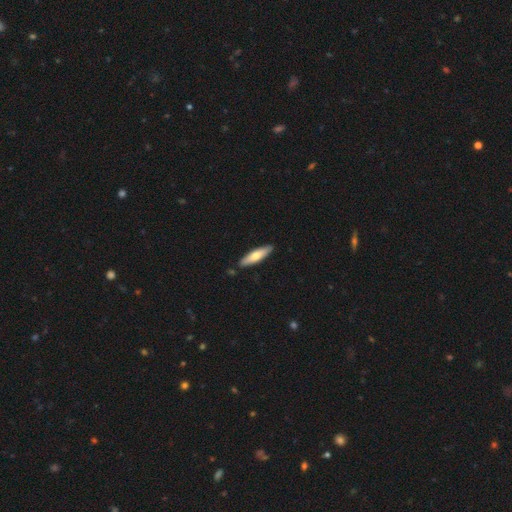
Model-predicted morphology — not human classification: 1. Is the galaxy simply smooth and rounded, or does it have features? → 64% smooth, 31% featured or disk, 5% star or artifact.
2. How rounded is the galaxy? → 72% cigar-shaped, 26% in between, 1% round.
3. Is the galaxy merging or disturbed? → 87% none, 9% minor disturbance, 2% merger, 2% major disturbance.